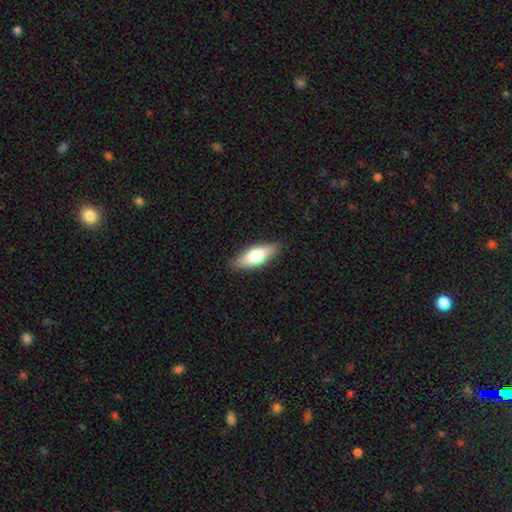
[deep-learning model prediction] This is likely a smooth galaxy (61%). How rounded: likely in between (64%). Merging: clearly none (87%).